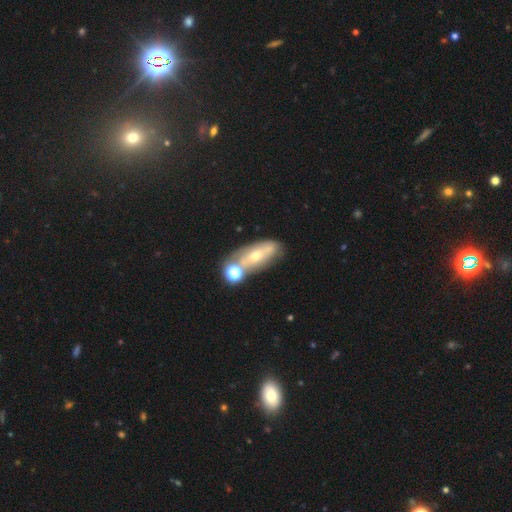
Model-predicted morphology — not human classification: Q: Smooth or featured?
A: featured or disk (54%); runner-up: smooth (36%)
Q: Edge-on disk?
A: no (77%); runner-up: yes (23%)
Q: Merging?
A: none (47%); runner-up: merger (27%)